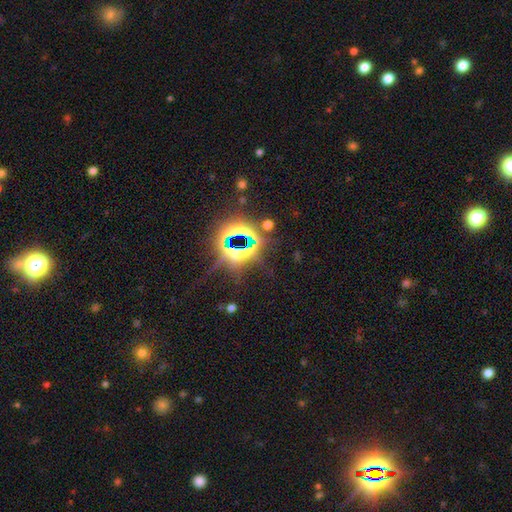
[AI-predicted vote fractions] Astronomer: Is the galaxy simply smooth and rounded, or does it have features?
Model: star or artifact — 80%.